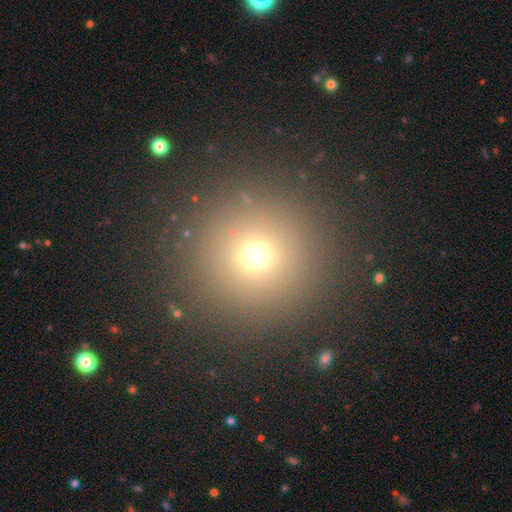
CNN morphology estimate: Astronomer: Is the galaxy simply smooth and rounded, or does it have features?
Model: smooth — 68%.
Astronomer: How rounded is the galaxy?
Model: round — 96%.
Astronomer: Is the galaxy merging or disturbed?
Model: none — 90%.